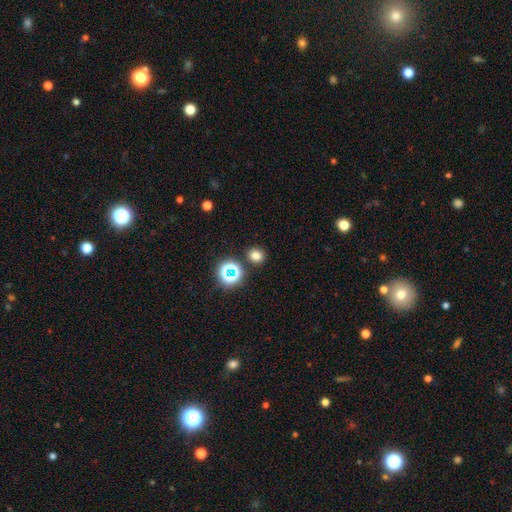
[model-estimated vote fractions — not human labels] Smooth or featured: smooth — 73% (star or artifact — 21%)
How rounded: round — 73% (in between — 26%)
Merging: none — 86% (minor disturbance — 7%)